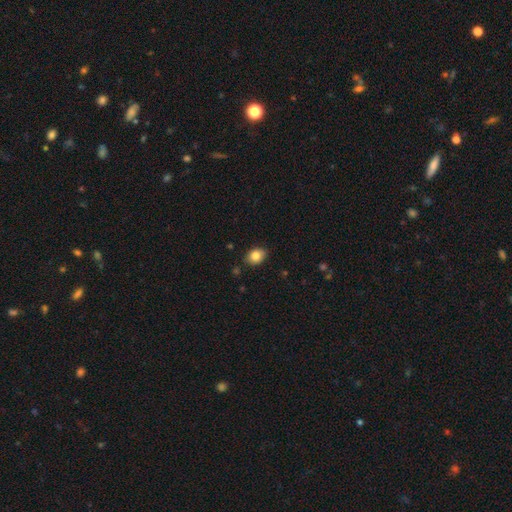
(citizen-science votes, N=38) A smooth galaxy with no disk features (97%) that is in between round and cigar-shaped (65%).

Vote fractions:
- Smooth or featured? smooth: 97% / star or artifact: 3% / featured or disk: 0%
- How rounded? in between: 65% / round: 35% / cigar-shaped: 0%
- Merging? none: 92% / minor disturbance: 5% / merger: 3% / major disturbance: 0%